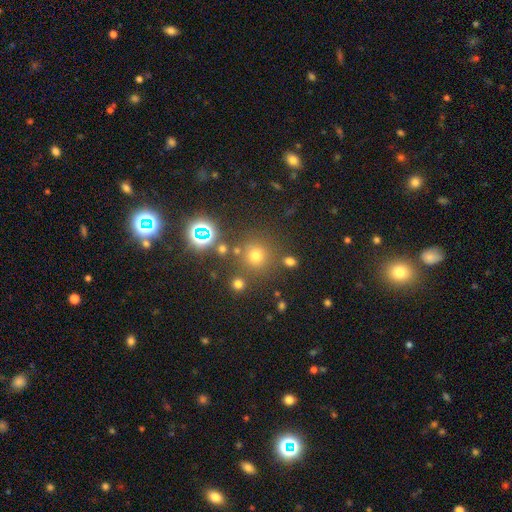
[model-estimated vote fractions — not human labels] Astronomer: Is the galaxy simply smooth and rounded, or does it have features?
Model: smooth — 62%.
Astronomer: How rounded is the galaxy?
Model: round — 93%.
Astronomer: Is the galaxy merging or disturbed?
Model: none — 81%.